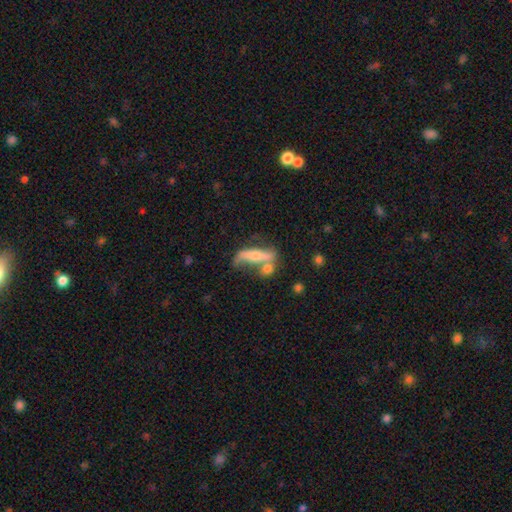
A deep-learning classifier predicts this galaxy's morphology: type=featured or disk (53%); edge-on=no (51%); merging=none (41%).